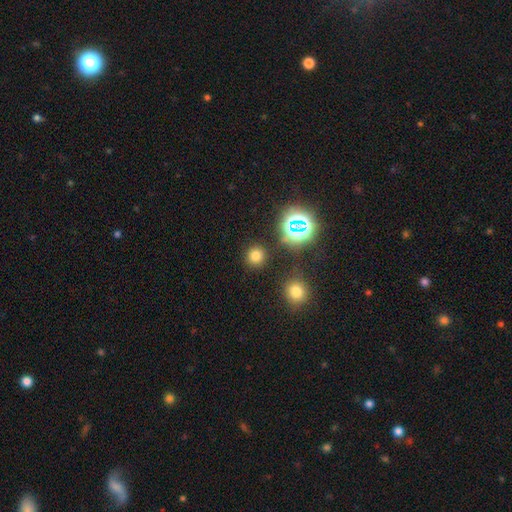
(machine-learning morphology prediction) A smooth galaxy with no disk features (69%) that is round (93%). Merging: none (88%).